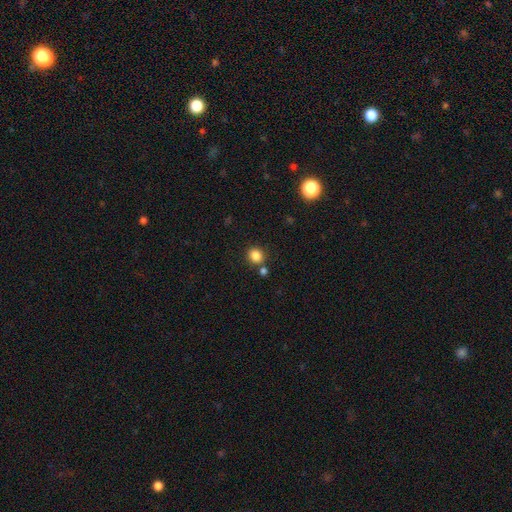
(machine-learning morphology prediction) This appears to be a smooth galaxy with no disk features (85%) that is round (84%). Merging: none (77%).